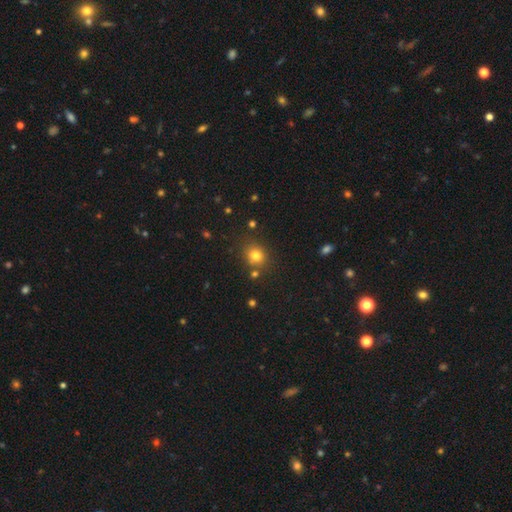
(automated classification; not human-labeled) Morphology: type=smooth (78%); roundness=round (75%); merging=none (77%).